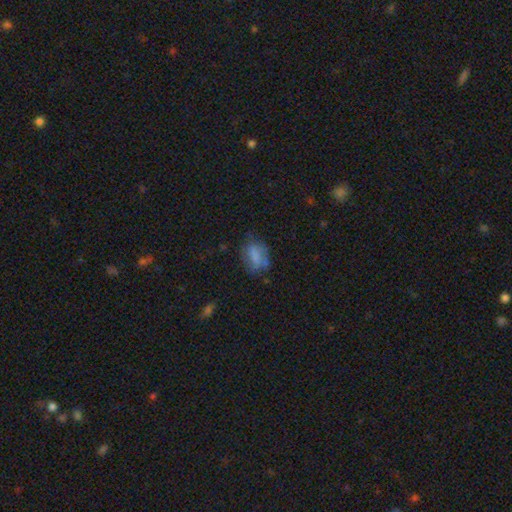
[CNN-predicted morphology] Overall: smooth (69%). How rounded: in between (76%). Merging: none (55%; minor disturbance 26%).